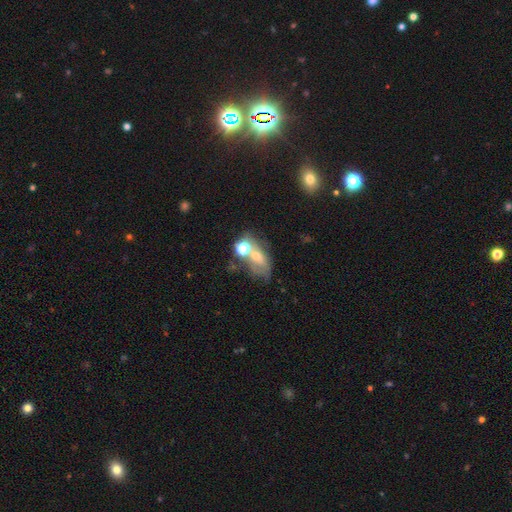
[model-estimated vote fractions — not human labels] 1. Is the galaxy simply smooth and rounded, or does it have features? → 44% smooth, 36% featured or disk, 20% star or artifact.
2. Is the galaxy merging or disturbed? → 36% merger, 30% none, 18% major disturbance, 17% minor disturbance.